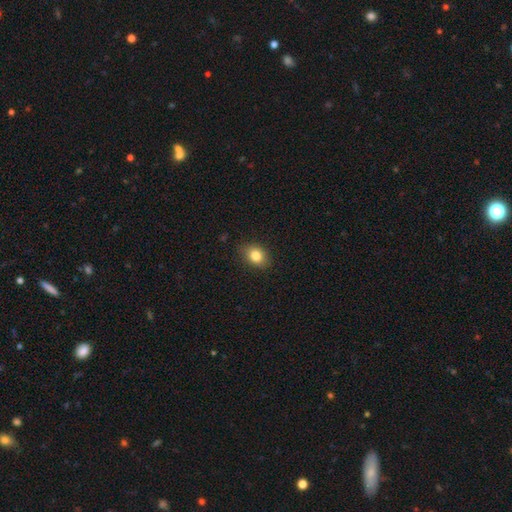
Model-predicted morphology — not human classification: smooth 83%, star or artifact 9%, featured or disk 8%. Down the decision tree: how rounded — in between (66%); merging — none (84%).